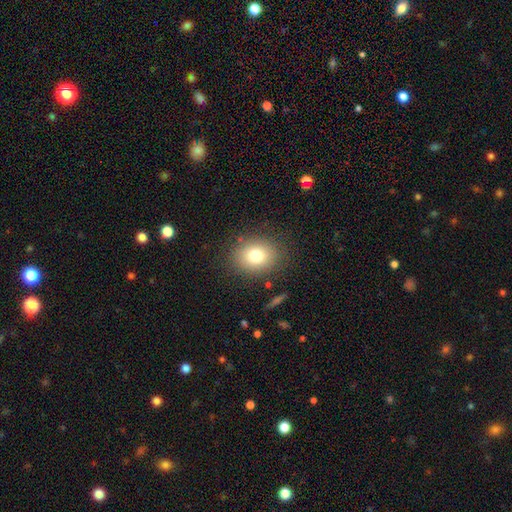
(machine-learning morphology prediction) A smooth galaxy with no disk features (77%) that is round (57%).

Vote fractions:
- Smooth or featured? smooth: 77% / star or artifact: 12% / featured or disk: 11%
- How rounded? round: 57% / in between: 42% / cigar-shaped: 1%
- Merging? none: 85% / minor disturbance: 10% / major disturbance: 4% / merger: 2%